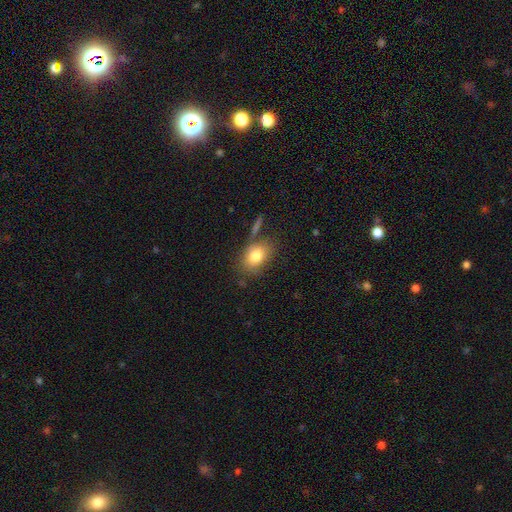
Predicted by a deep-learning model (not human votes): Q: Smooth or featured?
A: smooth (81%); runner-up: featured or disk (11%)
Q: How rounded?
A: in between (75%); runner-up: round (24%)
Q: Merging?
A: none (68%); runner-up: minor disturbance (17%)